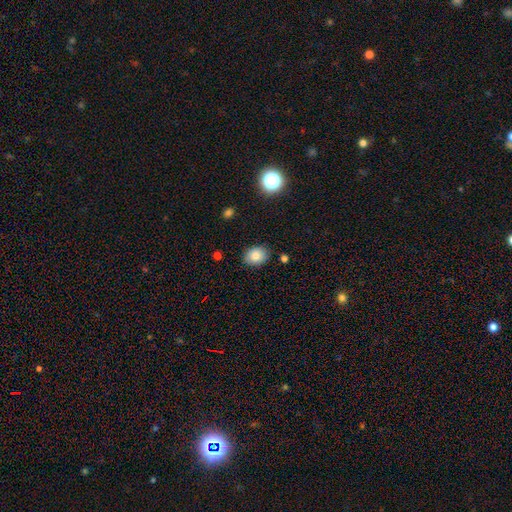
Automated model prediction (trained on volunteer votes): The model was most divided on "how rounded": in between: 59%, round: 40%, cigar-shaped: 1%. More confident: merging — none (84%); smooth or featured — smooth (83%).